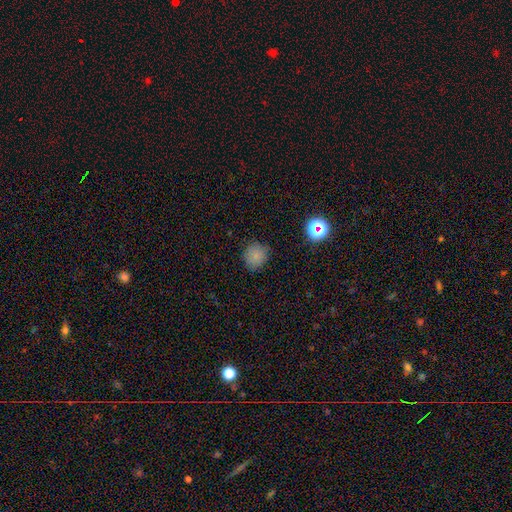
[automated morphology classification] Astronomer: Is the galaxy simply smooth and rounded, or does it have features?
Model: smooth — 78%.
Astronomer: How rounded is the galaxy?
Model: round — 85%.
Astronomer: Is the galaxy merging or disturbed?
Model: none — 83%.